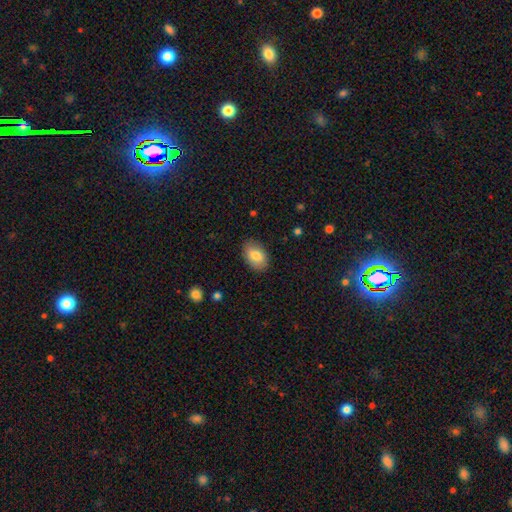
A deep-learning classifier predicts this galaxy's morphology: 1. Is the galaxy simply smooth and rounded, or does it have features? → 81% smooth, 13% featured or disk, 7% star or artifact.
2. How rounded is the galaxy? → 88% in between, 11% round, 1% cigar-shaped.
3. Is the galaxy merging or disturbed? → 86% none, 11% minor disturbance, 2% major disturbance, 1% merger.